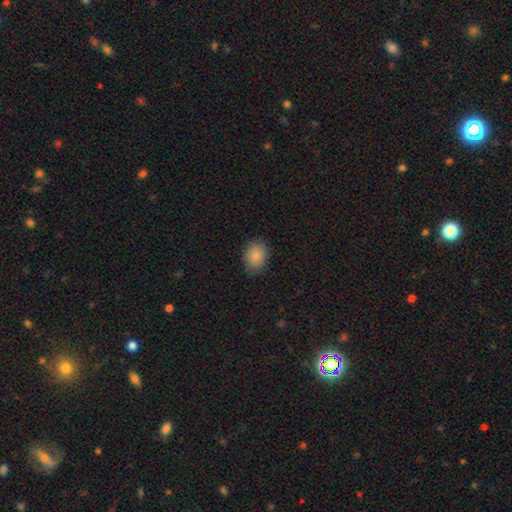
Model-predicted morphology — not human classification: type=smooth (87%); roundness=in between (68%); merging=none (84%).